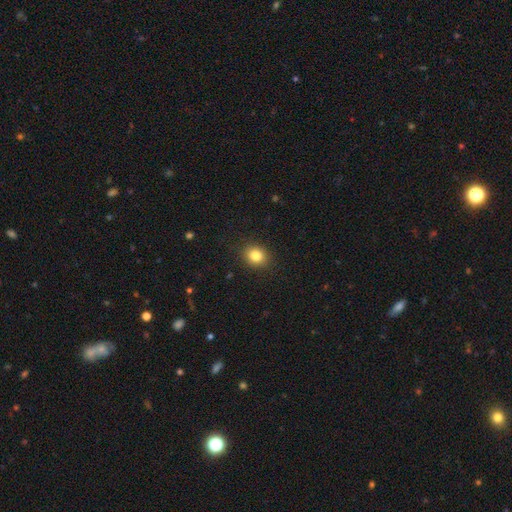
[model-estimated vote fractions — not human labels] Smooth or featured?
  - smooth: 84% *
  - star or artifact: 11%
  - featured or disk: 6%
How rounded?
  - round: 68% *
  - in between: 31%
  - cigar-shaped: 1%
Merging?
  - none: 90% *
  - minor disturbance: 7%
  - major disturbance: 2%
  - merger: 1%